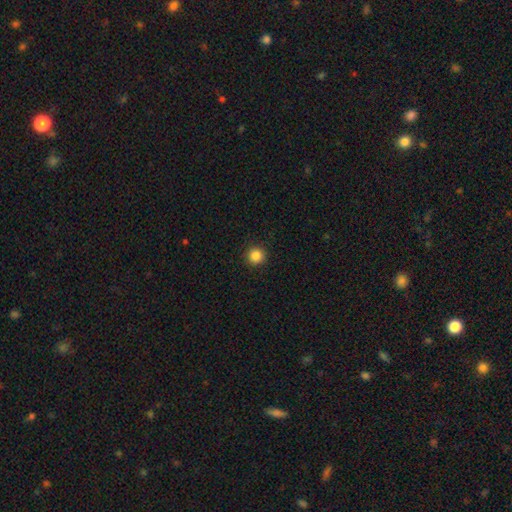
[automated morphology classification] Smooth or featured?
  - smooth: 86% *
  - star or artifact: 11%
  - featured or disk: 3%
How rounded?
  - round: 96% *
  - in between: 3%
  - cigar-shaped: 1%
Merging?
  - none: 93% *
  - minor disturbance: 5%
  - major disturbance: 2%
  - merger: 1%